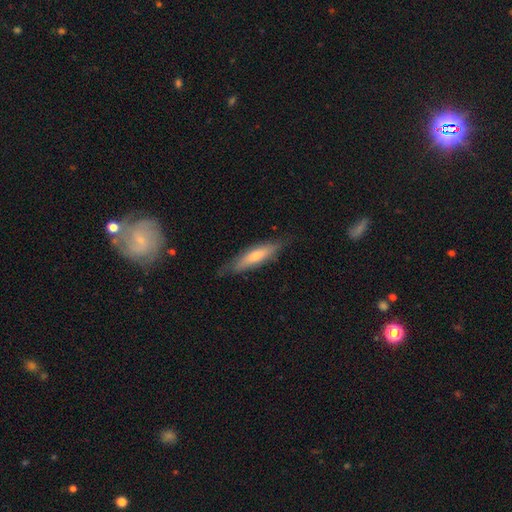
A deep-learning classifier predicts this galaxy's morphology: smooth 58%, featured or disk 36%, star or artifact 6%. Down the decision tree: how rounded — cigar-shaped (78%); merging — none (78%).